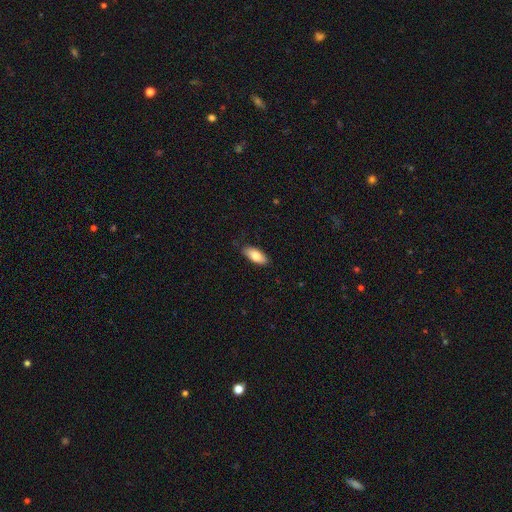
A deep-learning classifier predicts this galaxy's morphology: This is clearly a smooth galaxy (81%). How rounded: clearly in between (86%). Merging: clearly none (82%).